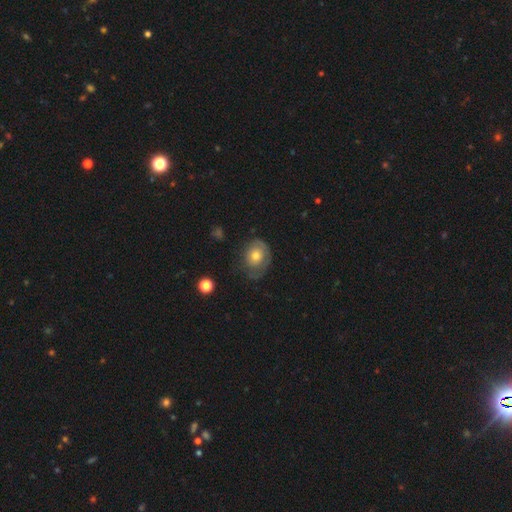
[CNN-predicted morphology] Smooth or featured?
  - smooth: 55% *
  - featured or disk: 37%
  - star or artifact: 8%
How rounded?
  - round: 53% *
  - in between: 46%
  - cigar-shaped: 1%
Merging?
  - none: 55% *
  - minor disturbance: 27%
  - major disturbance: 16%
  - merger: 2%